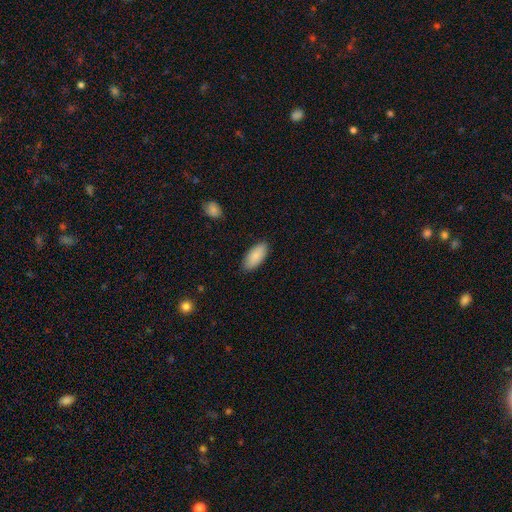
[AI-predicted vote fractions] Smooth or featured?
  - smooth: 87% *
  - featured or disk: 7%
  - star or artifact: 6%
How rounded?
  - in between: 90% *
  - cigar-shaped: 8%
  - round: 2%
Merging?
  - none: 87% *
  - minor disturbance: 10%
  - major disturbance: 2%
  - merger: 1%